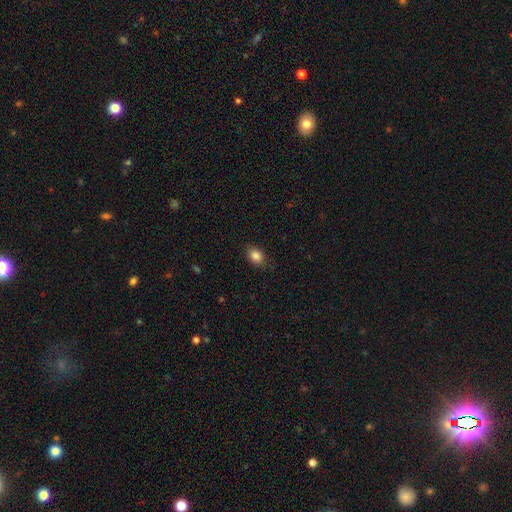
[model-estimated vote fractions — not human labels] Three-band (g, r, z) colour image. It shows a smooth galaxy with no disk features (86%) that is in between round and cigar-shaped (74%). Merging: none (84%).